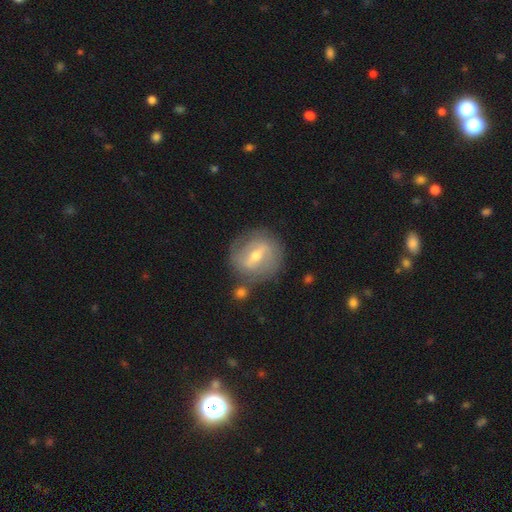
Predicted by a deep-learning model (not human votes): A featured or disk galaxy (72%) with a weak bar (44%, tied with strong), spiral arms (70%) and a moderate central bulge (63%). Merging: none (76%).